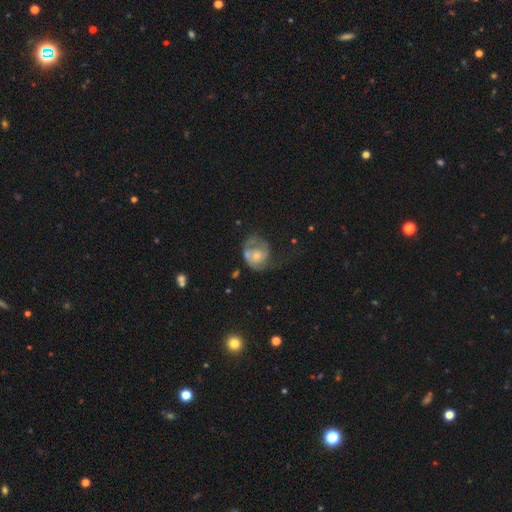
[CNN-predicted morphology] A featured or disk galaxy (59%) with no bar (80%), spiral arms (65%) and a small central bulge (52%).

Vote fractions:
- Smooth or featured? featured or disk: 59% / smooth: 34% / star or artifact: 7%
- Edge-on disk? no: 97% / yes: 3%
- Bar? no: 80% / weak: 17% / strong: 3%
- Spiral arms? yes: 65% / no: 35%
- Bulge size? small: 52% / moderate: 40% / none: 4% / large: 3% / dominant: 1%
- Merging? major disturbance: 41% / none: 28% / minor disturbance: 23% / merger: 7%